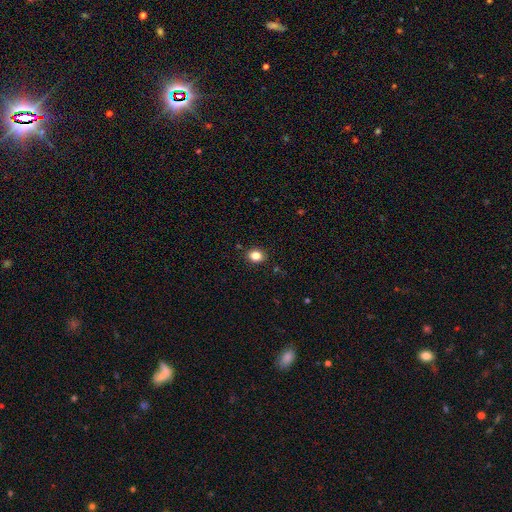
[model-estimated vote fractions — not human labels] Smooth or featured? smooth (83%)
How rounded? in between (50%)
Merging? none (89%)